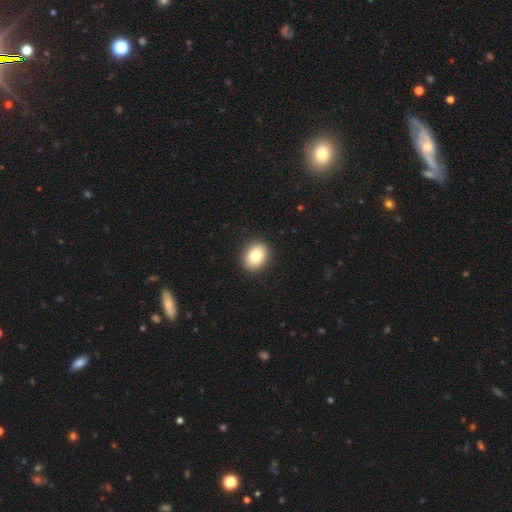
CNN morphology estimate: smooth 81%, featured or disk 10%, star or artifact 9%. Down the decision tree: how rounded — in between (52%); merging — none (91%).